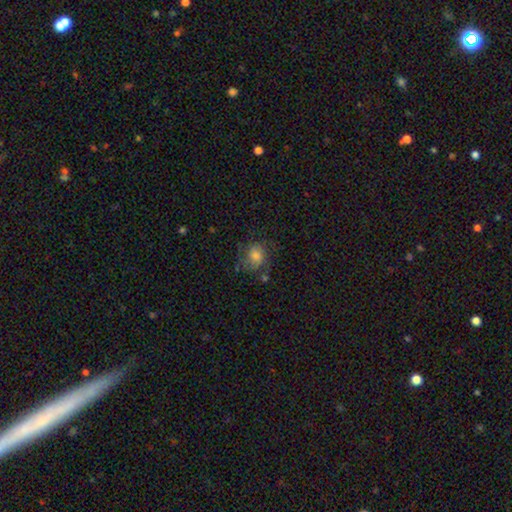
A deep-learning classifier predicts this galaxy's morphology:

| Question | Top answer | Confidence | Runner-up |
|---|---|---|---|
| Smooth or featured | smooth | 46% | featured or disk (42%) |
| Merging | none | 59% | minor disturbance (22%) |